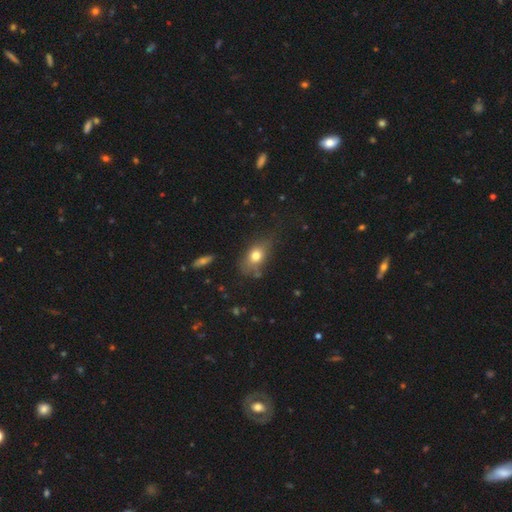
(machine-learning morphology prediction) The model was most divided on "merging": none: 60%, minor disturbance: 26%, major disturbance: 11%, merger: 4%. More confident: how rounded — in between (74%); smooth or featured — smooth (74%).